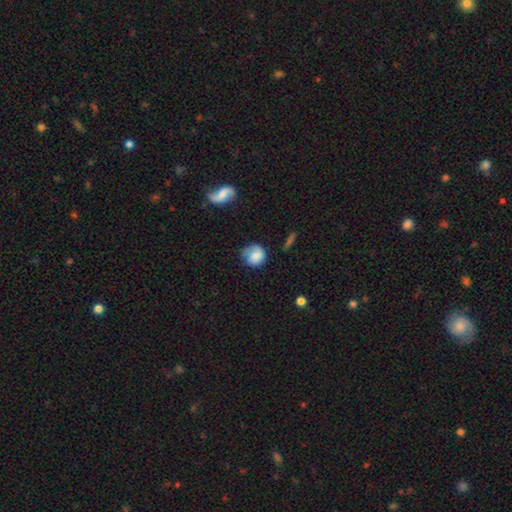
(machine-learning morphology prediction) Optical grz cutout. It shows a smooth galaxy with no disk features (72%) that is round (79%). Merging: none (54%).